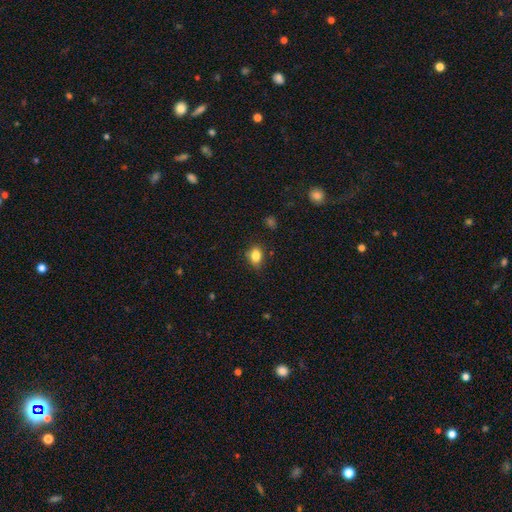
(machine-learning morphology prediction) smooth_or_featured: smooth (p=0.83) [alt: star or artifact p=0.10]
how_rounded: in between (p=0.62) [alt: round p=0.36]
merging: none (p=0.76) [alt: minor disturbance p=0.19]